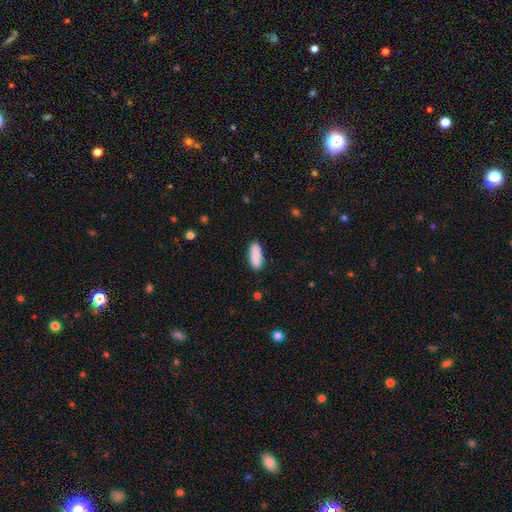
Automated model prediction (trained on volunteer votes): Q: Smooth or featured?
A: smooth (89%); runner-up: star or artifact (6%)
Q: How rounded?
A: in between (66%); runner-up: cigar-shaped (33%)
Q: Merging?
A: none (87%); runner-up: minor disturbance (9%)